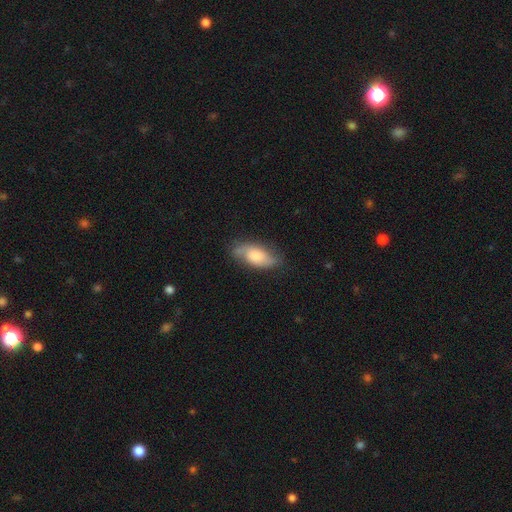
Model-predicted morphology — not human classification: This appears to be a smooth galaxy with no disk features (57%) that is in between round and cigar-shaped (84%). Merging: none (71%).